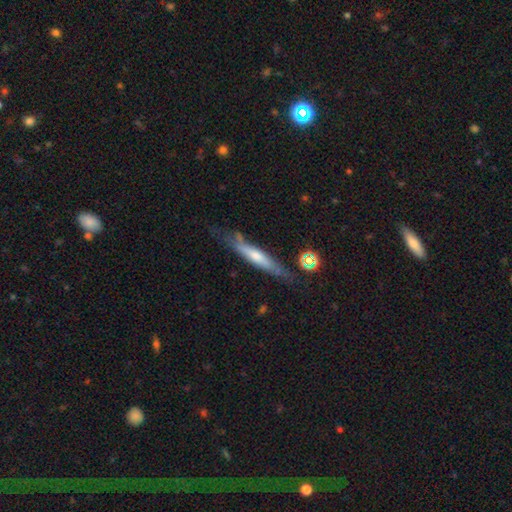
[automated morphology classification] The model was most divided on "smooth or featured": featured or disk: 64%, smooth: 28%, star or artifact: 8%. More confident: edge-on disk — yes (88%); merging — none (74%); edge-on bulge — rounded (63%).